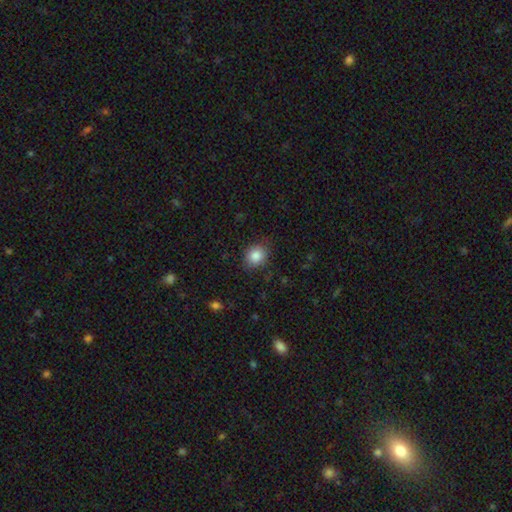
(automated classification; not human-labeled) Smooth or featured? smooth (86%)
How rounded? round (66%)
Merging? none (83%)